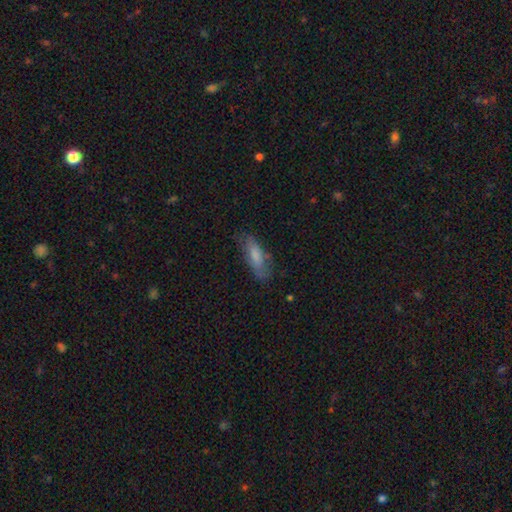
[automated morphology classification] This appears to be a smooth galaxy with no disk features (72%) that is in between round and cigar-shaped (59%). Merging: none (67%).